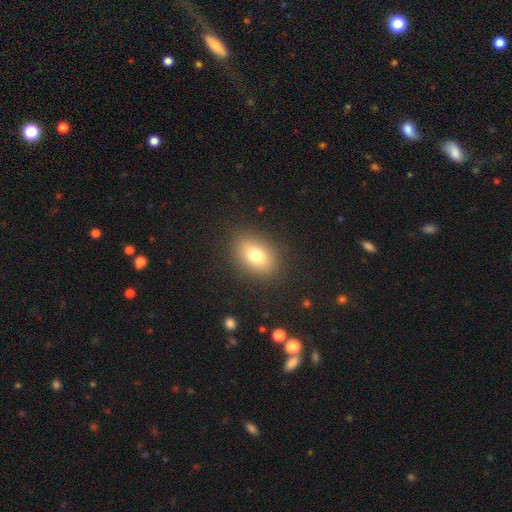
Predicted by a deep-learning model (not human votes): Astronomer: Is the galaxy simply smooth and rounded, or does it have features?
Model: smooth — 76%.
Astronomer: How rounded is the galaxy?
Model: in between — 75%.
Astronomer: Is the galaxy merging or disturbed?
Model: none — 86%.